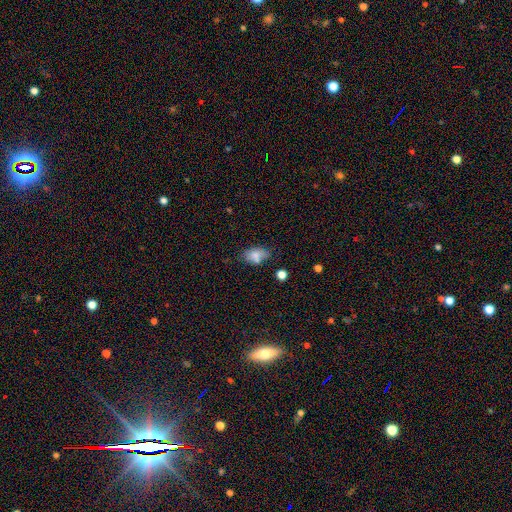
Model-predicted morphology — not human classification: A smooth galaxy with no disk features (75%) that is in between round and cigar-shaped (87%).

Vote fractions:
- Smooth or featured? smooth: 75% / featured or disk: 14% / star or artifact: 11%
- How rounded? in between: 87% / round: 11% / cigar-shaped: 3%
- Merging? none: 61% / minor disturbance: 23% / merger: 10% / major disturbance: 6%